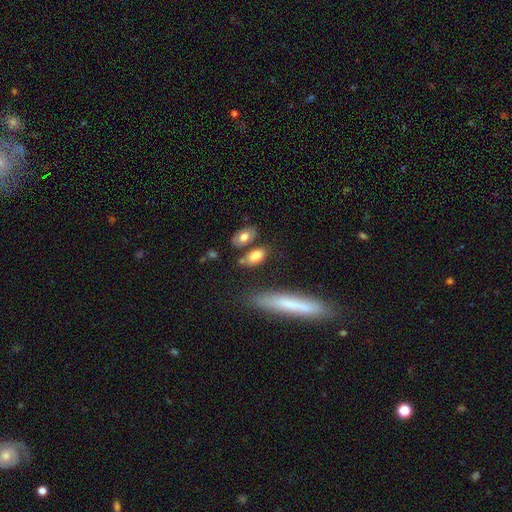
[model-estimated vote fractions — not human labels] Smooth or featured? Predicted: smooth (p=0.77). How rounded? Predicted: in between (p=0.85). Merging? Predicted: none (p=0.66).